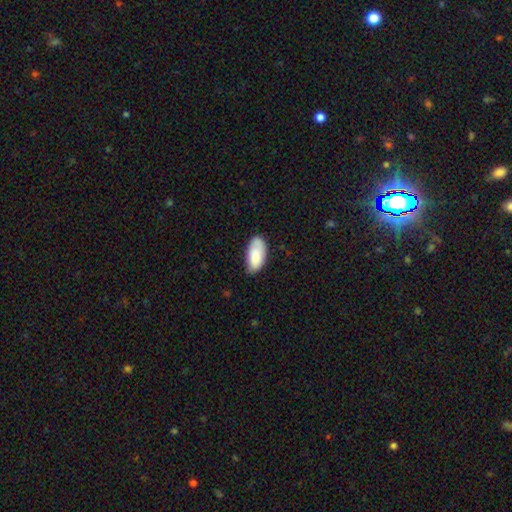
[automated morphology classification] smooth-or-featured: smooth: 83% | featured or disk: 10% | star or artifact: 6%
  how-rounded: in between: 94% | cigar-shaped: 4% | round: 2%
  merging: none: 70% | minor disturbance: 24% | major disturbance: 4% | merger: 2%